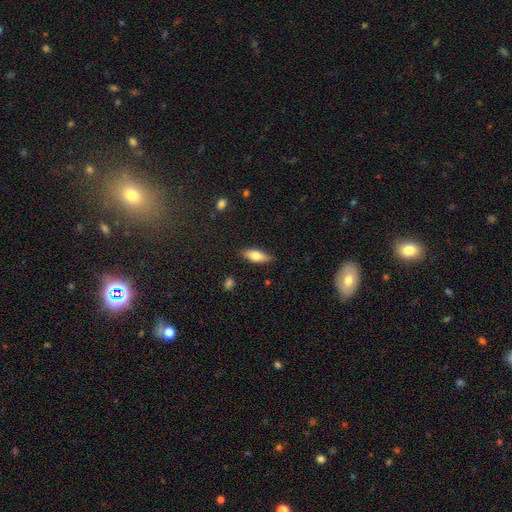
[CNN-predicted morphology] Overall: smooth (71%). How rounded: in between (71%). Merging: none (86%).